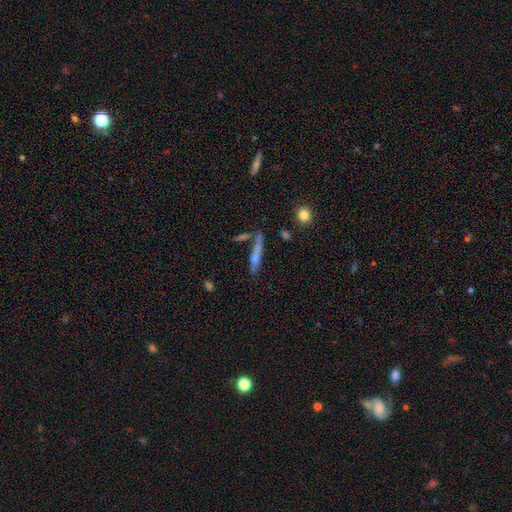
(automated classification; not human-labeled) smooth 57%, featured or disk 34%, star or artifact 8%. Down the decision tree: how rounded — cigar-shaped (90%); merging — none (69%).